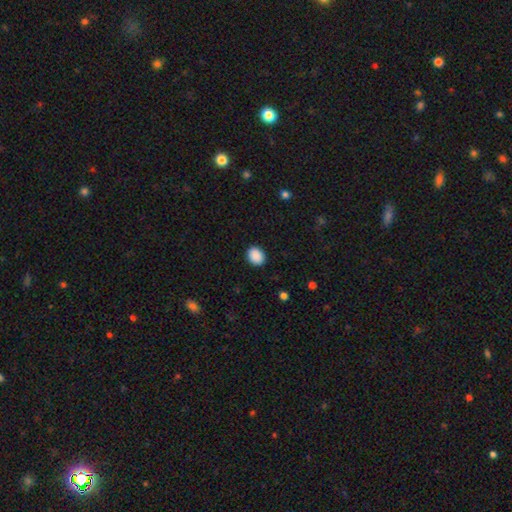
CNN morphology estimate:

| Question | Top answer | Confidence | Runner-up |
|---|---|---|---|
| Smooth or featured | smooth | 90% | star or artifact (8%) |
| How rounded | in between | 56% | round (43%) |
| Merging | none | 90% | minor disturbance (7%) |